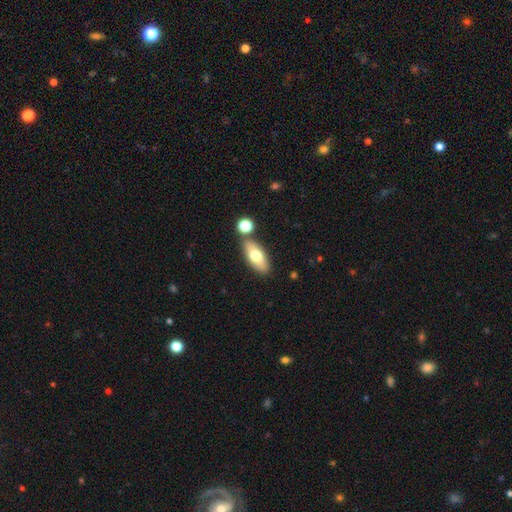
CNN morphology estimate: Smooth or featured: smooth — 68% (featured or disk — 25%)
How rounded: in between — 80% (cigar-shaped — 16%)
Merging: none — 78% (minor disturbance — 10%)